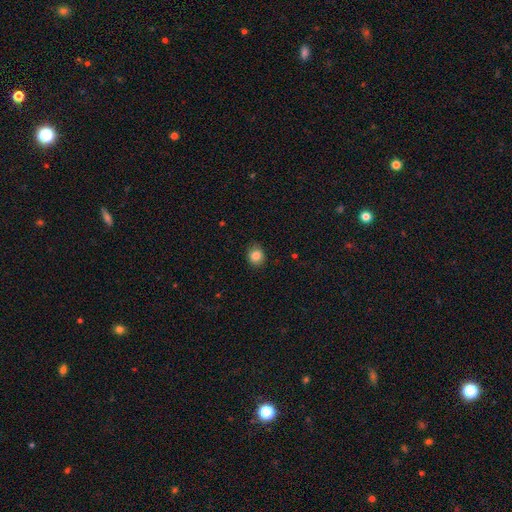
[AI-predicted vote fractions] Smooth or featured? smooth (85%)
How rounded? round (76%)
Merging? none (85%)